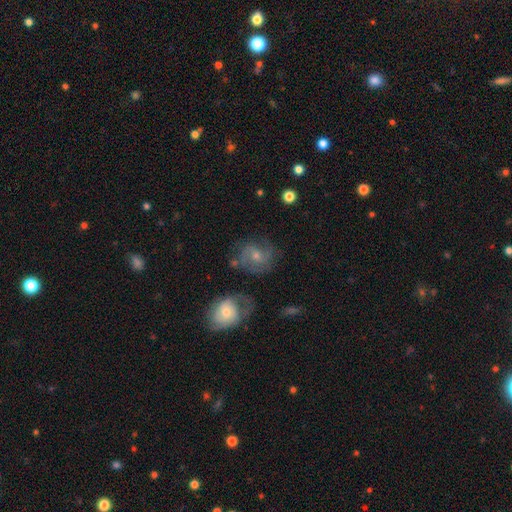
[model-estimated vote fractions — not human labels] smooth-or-featured: featured or disk: 66% | smooth: 24% | star or artifact: 10%
  disk-edge-on: no: 97% | yes: 3%
    bar: no: 60% | weak: 34% | strong: 6%
    has-spiral-arms: yes: 90% | no: 10%
      spiral-winding: medium: 50% | tight: 28% | loose: 21%
      spiral-arm-count: 2: 57% | can't tell: 19% | 3: 14% | 1: 5% | 4: 3% | more than 4: 3%
    bulge-size: small: 49% | moderate: 44% | none: 3% | large: 3% | dominant: 1%
  merging: none: 58% | minor disturbance: 20% | major disturbance: 14% | merger: 8%